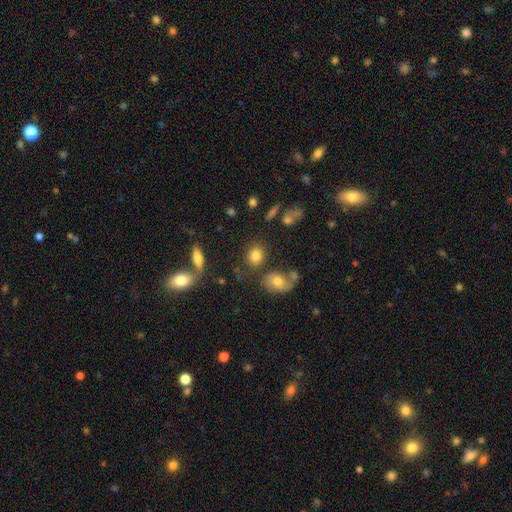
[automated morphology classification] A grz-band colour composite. It shows a smooth galaxy with no disk features (81%) that is round (54%). Merging: none (72%).